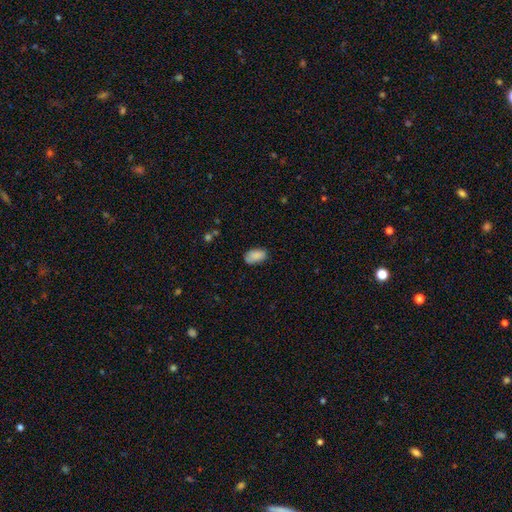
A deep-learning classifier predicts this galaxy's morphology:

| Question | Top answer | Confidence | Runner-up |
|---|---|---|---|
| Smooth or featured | smooth | 86% | star or artifact (7%) |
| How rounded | in between | 93% | round (6%) |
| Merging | none | 74% | minor disturbance (20%) |